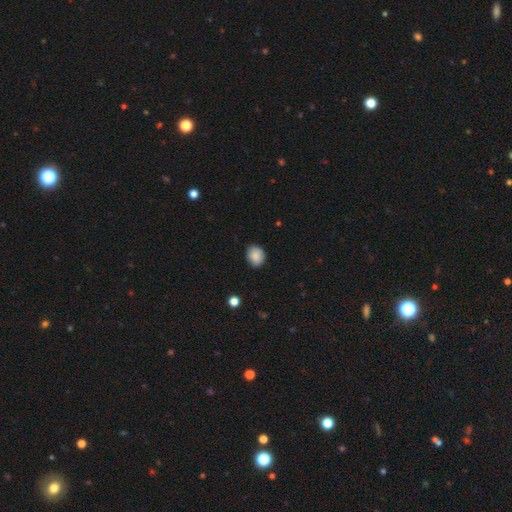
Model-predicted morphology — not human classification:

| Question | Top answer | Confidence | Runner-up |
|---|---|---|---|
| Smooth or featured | smooth | 87% | star or artifact (8%) |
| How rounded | round | 59% | in between (40%) |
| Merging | none | 82% | minor disturbance (14%) |